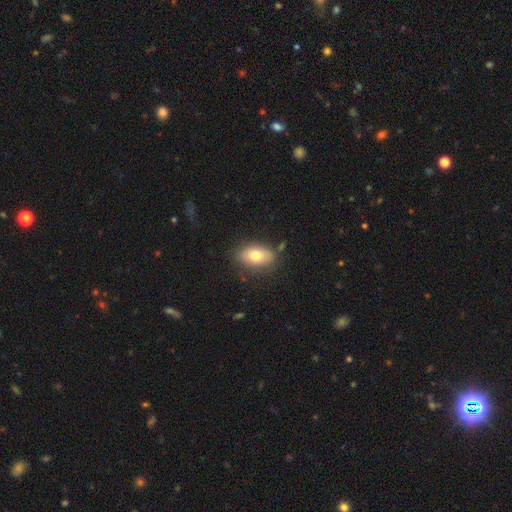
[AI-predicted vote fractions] smooth-or-featured: smooth: 74% | featured or disk: 18% | star or artifact: 8%
  how-rounded: in between: 87% | round: 11% | cigar-shaped: 2%
  merging: none: 79% | minor disturbance: 14% | major disturbance: 4% | merger: 3%